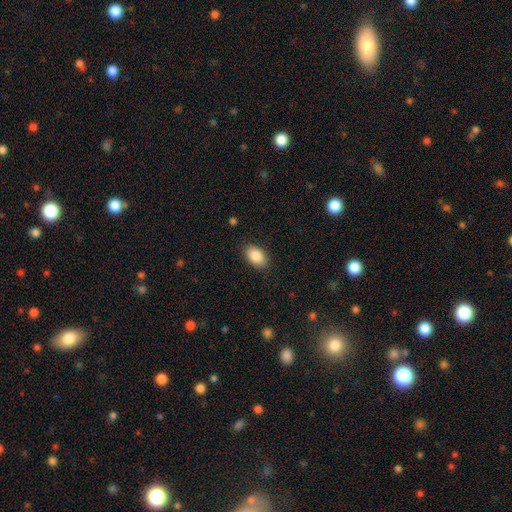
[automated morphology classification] The model was most divided on "merging": none: 86%, minor disturbance: 10%, major disturbance: 2%, merger: 1%. More confident: how rounded — in between (91%); smooth or featured — smooth (87%).